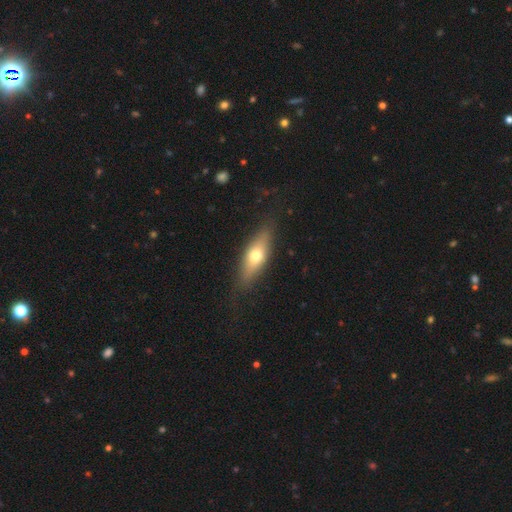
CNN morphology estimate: The model was most divided on "how rounded": in between: 59%, cigar-shaped: 37%, round: 4%. More confident: merging — none (82%); smooth or featured — smooth (61%).